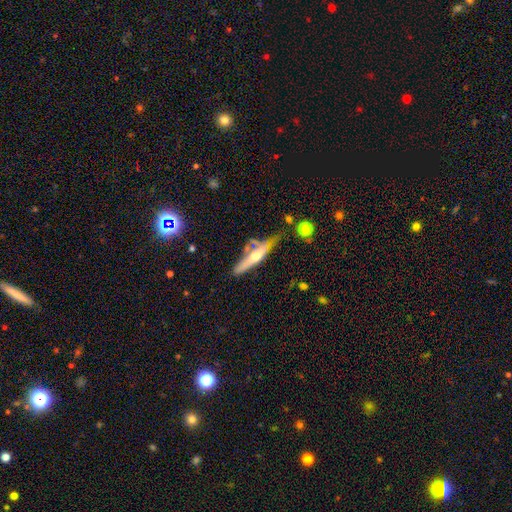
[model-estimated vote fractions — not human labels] The model was most divided on "merging": none: 51%, minor disturbance: 26%, merger: 12%, major disturbance: 11%. More confident: edge-on disk — yes (88%); edge-on bulge — rounded (87%); smooth or featured — featured or disk (60%).